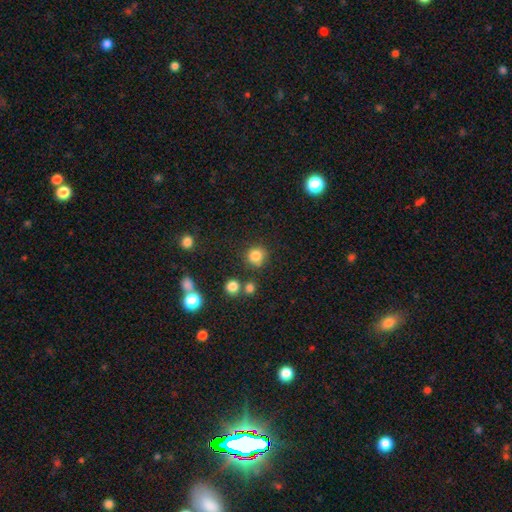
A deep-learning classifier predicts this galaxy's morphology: Smooth or featured: smooth — 82% (star or artifact — 13%)
How rounded: round — 89% (in between — 10%)
Merging: none — 78% (minor disturbance — 12%)